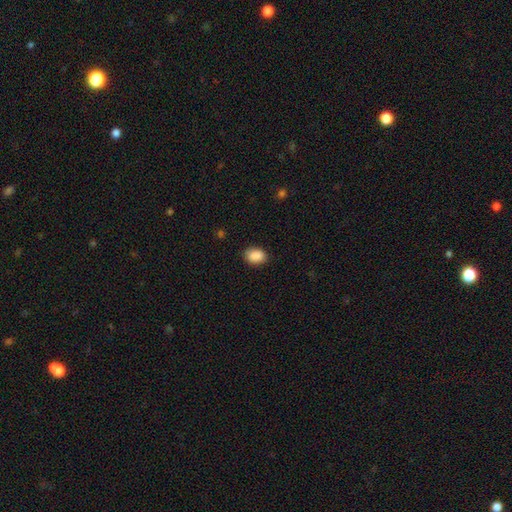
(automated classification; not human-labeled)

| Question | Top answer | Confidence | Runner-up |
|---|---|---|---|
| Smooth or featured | smooth | 89% | star or artifact (8%) |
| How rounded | in between | 78% | round (21%) |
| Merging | none | 85% | minor disturbance (11%) |